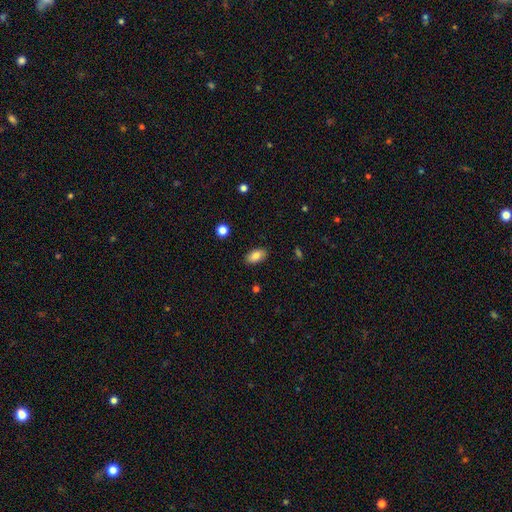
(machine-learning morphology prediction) A smooth galaxy with no disk features (85%) that is in between round and cigar-shaped (92%).

Vote fractions:
- Smooth or featured? smooth: 85% / star or artifact: 8% / featured or disk: 7%
- How rounded? in between: 92% / round: 5% / cigar-shaped: 3%
- Merging? none: 88% / minor disturbance: 8% / major disturbance: 2% / merger: 1%